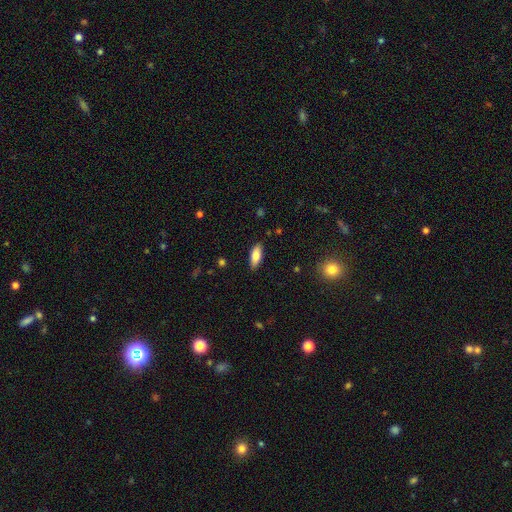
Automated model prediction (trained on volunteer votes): Smooth or featured? Predicted: smooth (p=0.79). How rounded? Predicted: in between (p=0.77). Merging? Predicted: none (p=0.88).